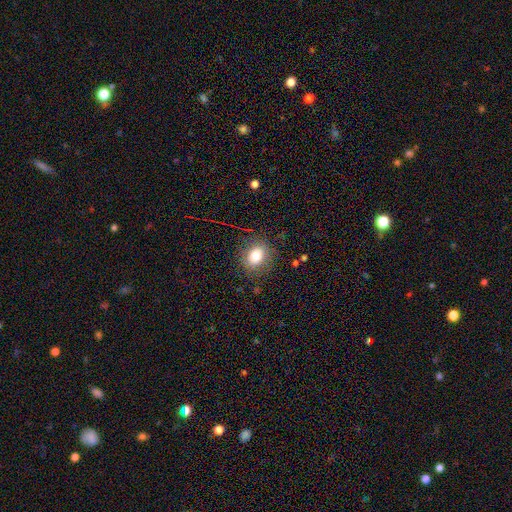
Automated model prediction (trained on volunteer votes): This is likely a smooth galaxy (78%). How rounded: possibly round (50%). Merging: clearly none (82%).